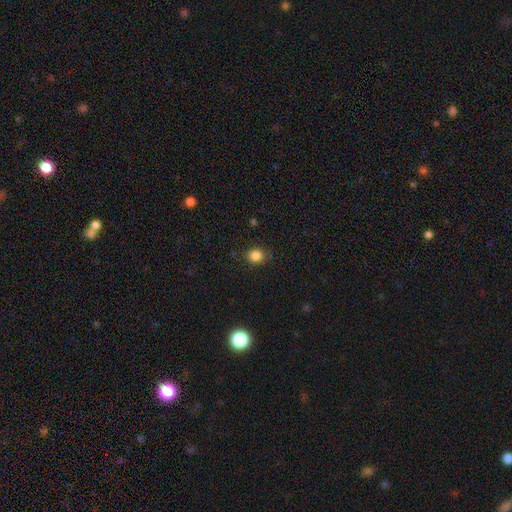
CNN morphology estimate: Q: Smooth or featured?
A: smooth (84%); runner-up: star or artifact (12%)
Q: How rounded?
A: round (75%); runner-up: in between (24%)
Q: Merging?
A: none (86%); runner-up: minor disturbance (10%)